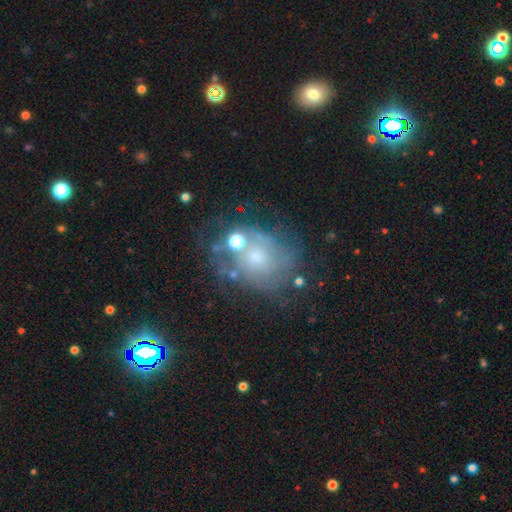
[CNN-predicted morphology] Smooth or featured? Predicted: featured or disk (p=0.54). Edge-on disk? Predicted: no (p=0.97). Bar? Predicted: no (p=0.80). Spiral arms? Predicted: yes (p=0.59). Bulge size? Predicted: small (p=0.44). Merging? Predicted: none (p=0.49).